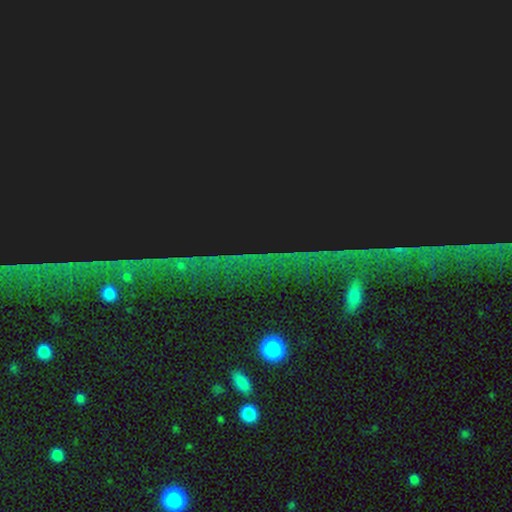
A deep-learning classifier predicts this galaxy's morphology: Q: Smooth or featured?
A: star or artifact (83%); runner-up: smooth (8%)